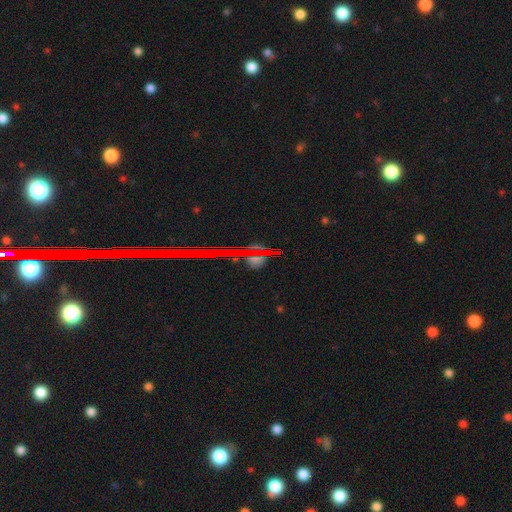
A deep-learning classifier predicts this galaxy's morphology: Q: Smooth or featured?
A: star or artifact (63%); runner-up: smooth (23%)